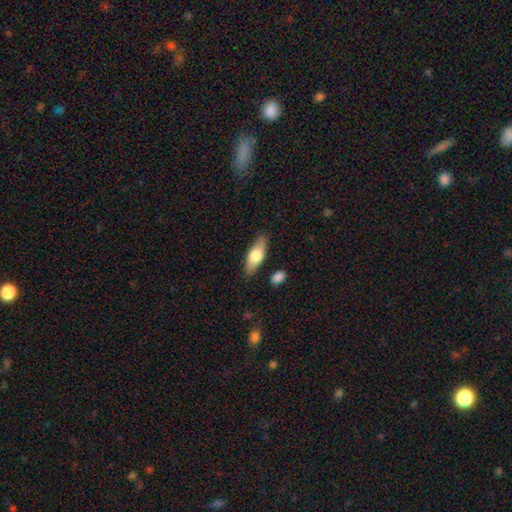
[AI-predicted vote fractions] smooth 60%, featured or disk 34%, star or artifact 6%. Down the decision tree: how rounded — in between (64%); merging — none (82%).